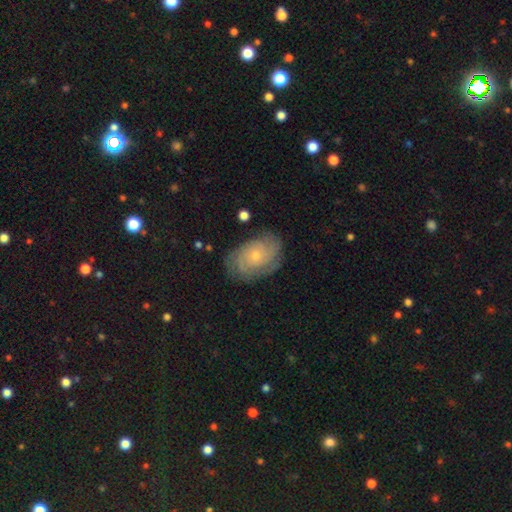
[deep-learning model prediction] This is likely a featured or disk galaxy (71%). It is clearly not viewed edge-on (96%). Bar: clearly no (82%). Spiral arm pattern: clearly yes (90%). Spiral arm count: marginally can't tell (42%). Spiral winding: likely tight (64%). Central bulge: likely small (72%). Merging: likely none (75%).